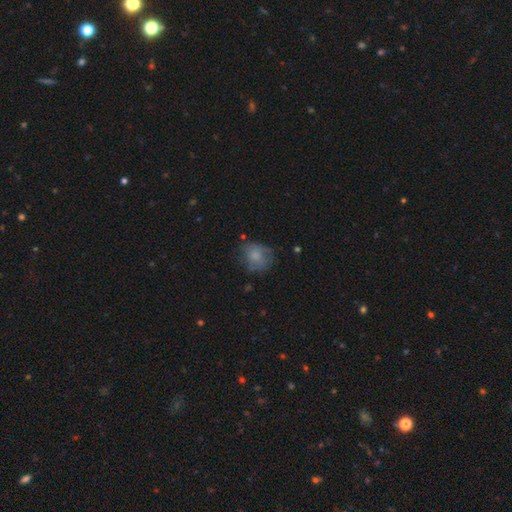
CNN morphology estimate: A smooth galaxy with no disk features (68%) that is round (67%).

Vote fractions:
- Smooth or featured? smooth: 68% / featured or disk: 23% / star or artifact: 9%
- How rounded? round: 67% / in between: 32% / cigar-shaped: 1%
- Merging? none: 56% / minor disturbance: 27% / major disturbance: 15% / merger: 2%